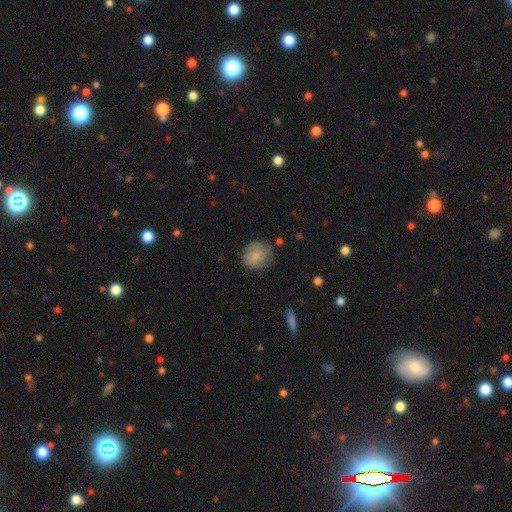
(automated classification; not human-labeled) Overall: smooth (79%). How rounded: round (87%). Merging: none (73%).